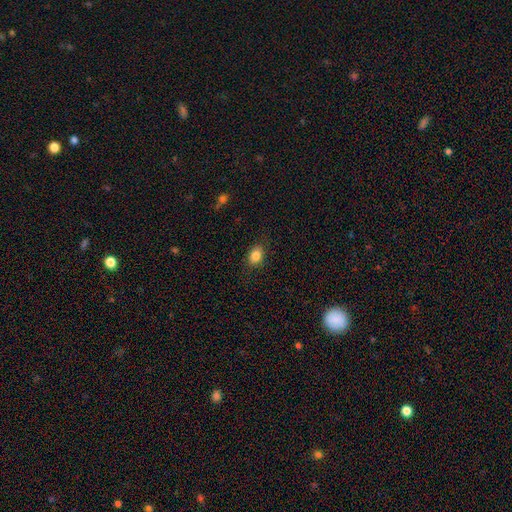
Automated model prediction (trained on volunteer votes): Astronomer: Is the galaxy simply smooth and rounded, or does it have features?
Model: smooth — 85%.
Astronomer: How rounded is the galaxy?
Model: in between — 71%.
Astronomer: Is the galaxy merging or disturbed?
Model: none — 85%.